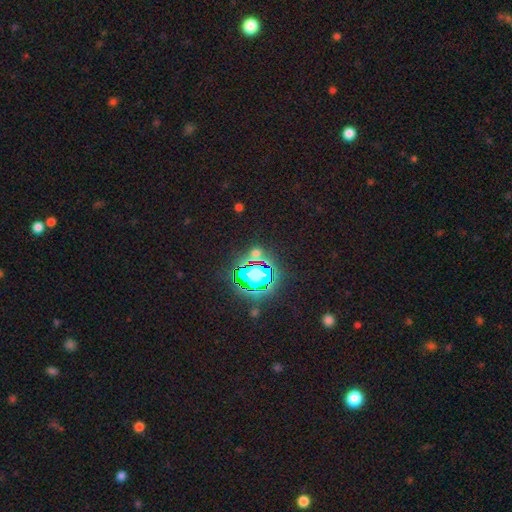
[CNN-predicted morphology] Overall: star or artifact (71%).